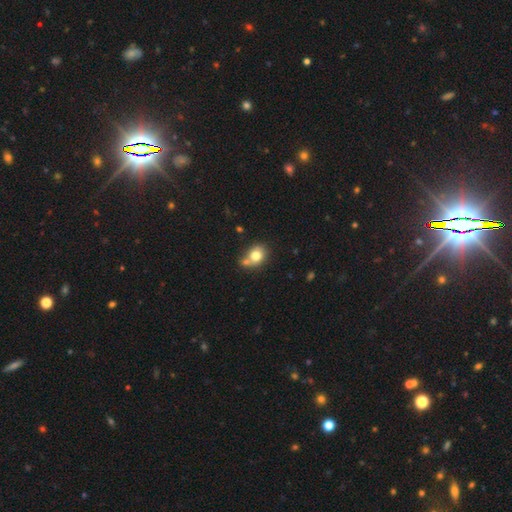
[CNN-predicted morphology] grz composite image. It shows a smooth galaxy with no disk features (77%) that is round (59%). Merging: none (49%).